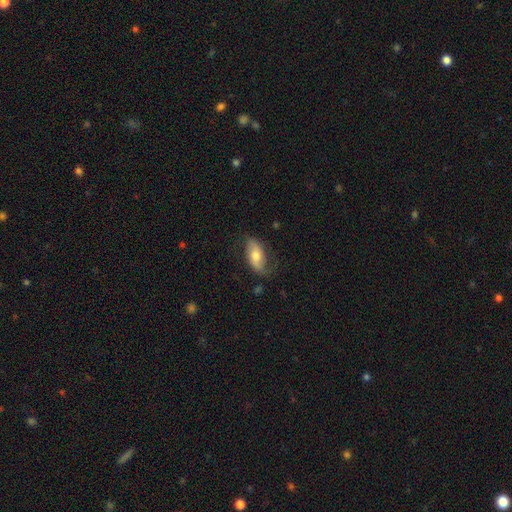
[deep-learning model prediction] This is possibly a smooth galaxy (51%). How rounded: clearly in between (88%). Merging: likely none (68%).